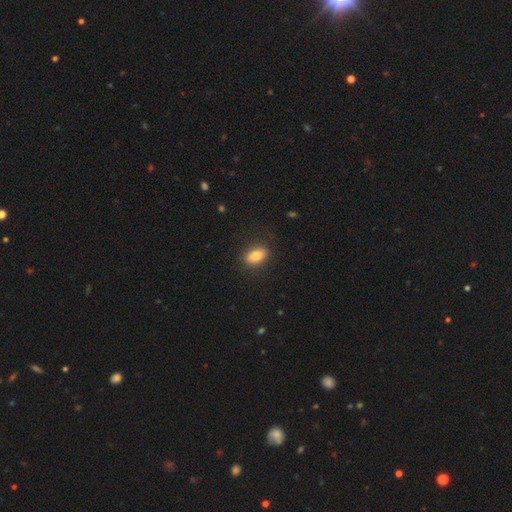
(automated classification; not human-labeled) The model was most divided on "merging": none: 84%, minor disturbance: 11%, major disturbance: 4%, merger: 1%. More confident: how rounded — in between (87%); smooth or featured — smooth (83%).